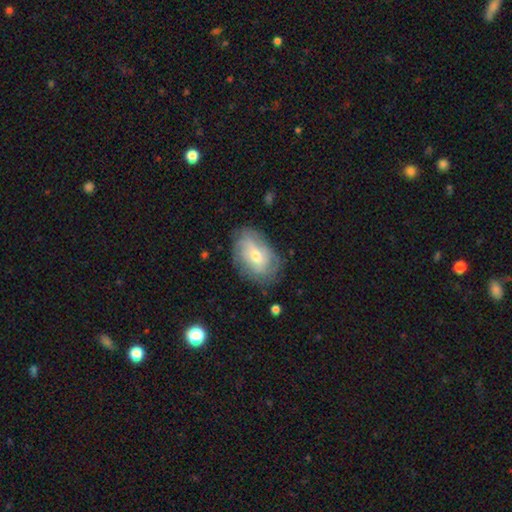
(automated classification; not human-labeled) A featured or disk galaxy (60%) with no bar (57%), spiral arms (78%) and a moderate central bulge (52%). Merging: none (71%).